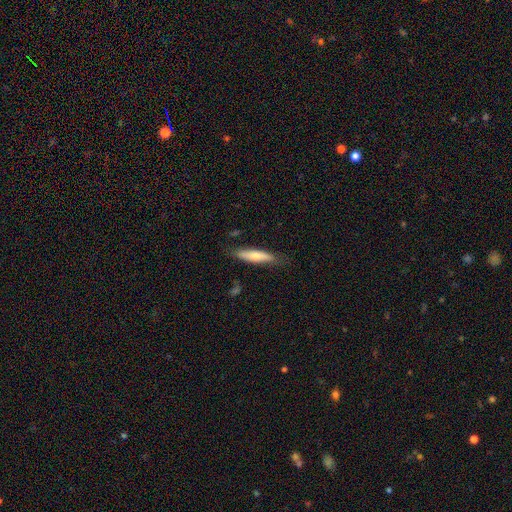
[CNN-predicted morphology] Smooth or featured? smooth (67%)
How rounded? cigar-shaped (77%)
Merging? none (78%)